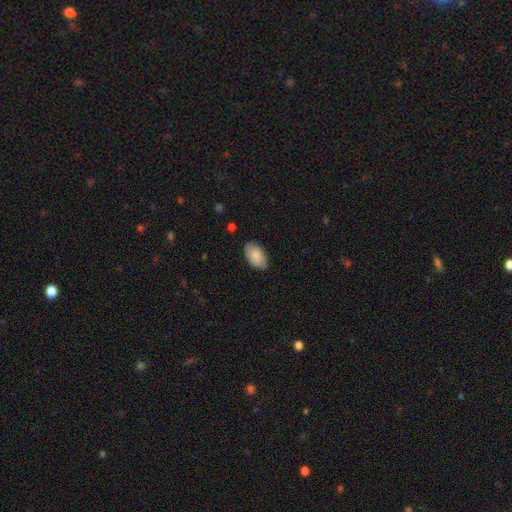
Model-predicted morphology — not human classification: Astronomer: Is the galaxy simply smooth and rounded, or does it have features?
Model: smooth — 83%.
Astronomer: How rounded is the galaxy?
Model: in between — 95%.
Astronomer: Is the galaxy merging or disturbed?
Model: none — 86%.